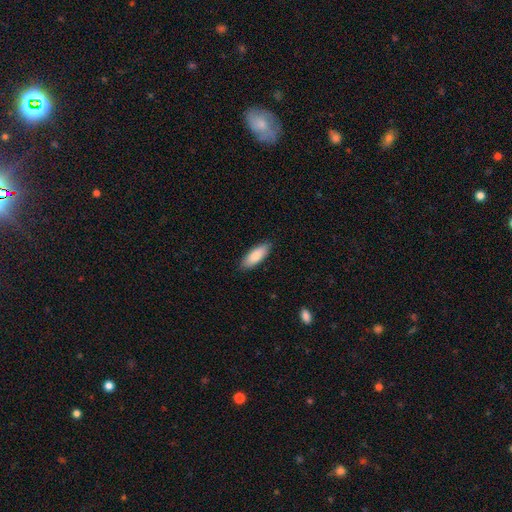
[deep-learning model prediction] Smooth or featured? smooth (86%)
How rounded? in between (70%)
Merging? none (88%)